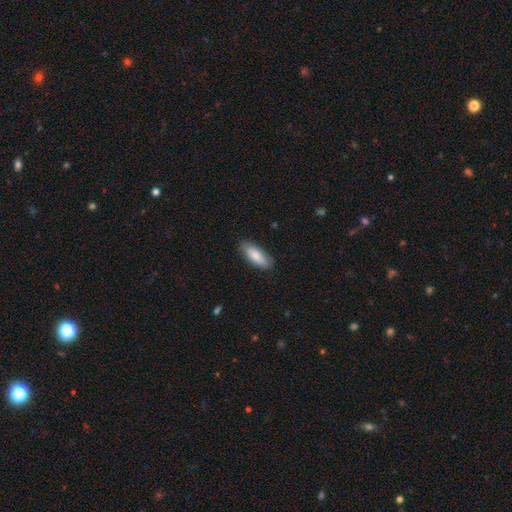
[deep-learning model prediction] A smooth galaxy with no disk features (83%) that is in between round and cigar-shaped (76%). Merging: none (84%).